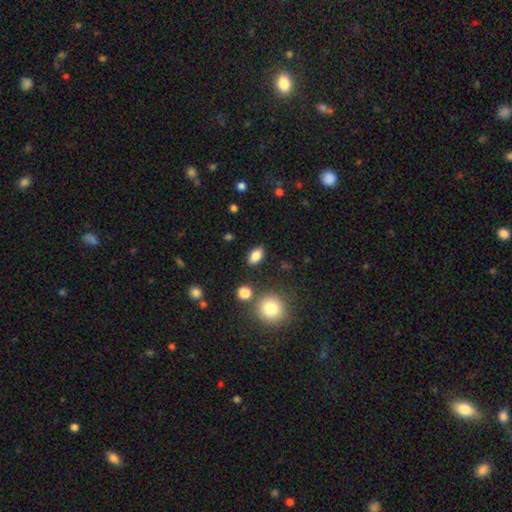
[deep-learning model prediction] Morphology: type=smooth (85%); roundness=in between (86%); merging=none (86%).